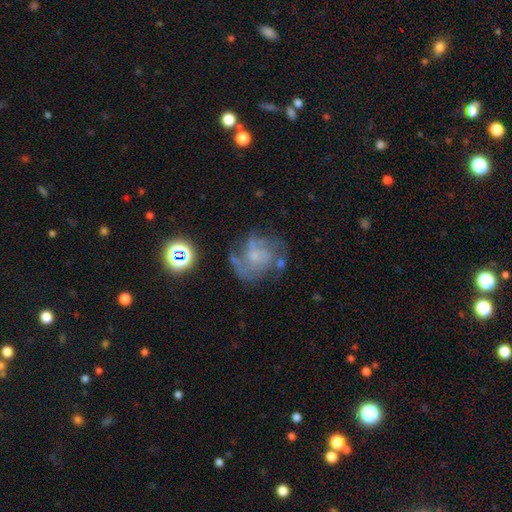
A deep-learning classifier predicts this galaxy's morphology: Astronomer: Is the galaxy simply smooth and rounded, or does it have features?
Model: featured or disk — 69%.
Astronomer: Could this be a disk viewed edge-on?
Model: no — 98%.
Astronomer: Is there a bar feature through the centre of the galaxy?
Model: no — 74%.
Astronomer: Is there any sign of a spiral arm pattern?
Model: yes — 80%.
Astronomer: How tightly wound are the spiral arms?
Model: medium — 44% (runner-up: tight, 37%).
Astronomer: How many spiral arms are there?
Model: can't tell — 35% (runner-up: 2, 28%).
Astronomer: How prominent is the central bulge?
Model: small — 40% (runner-up: none, 33%).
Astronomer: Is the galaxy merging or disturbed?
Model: none — 54%.